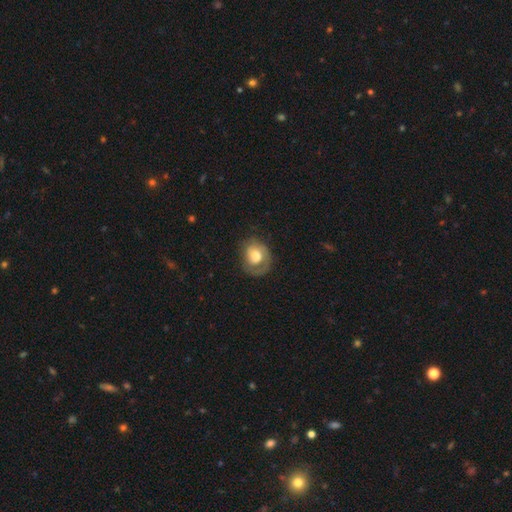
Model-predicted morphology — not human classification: type=featured or disk (47%); merging=none (55%).